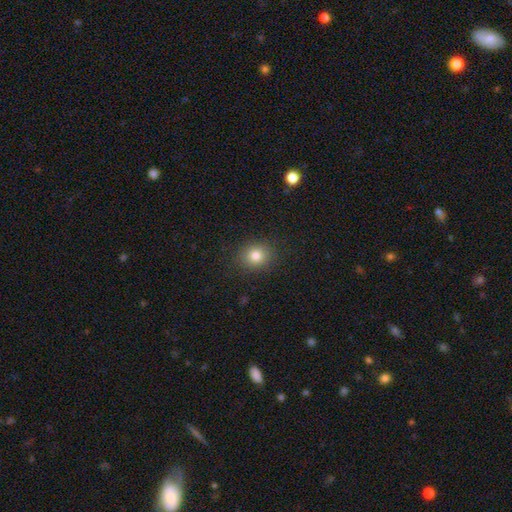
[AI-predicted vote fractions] The model was most divided on "how rounded": round: 75%, in between: 24%, cigar-shaped: 1%. More confident: merging — none (89%); smooth or featured — smooth (81%).